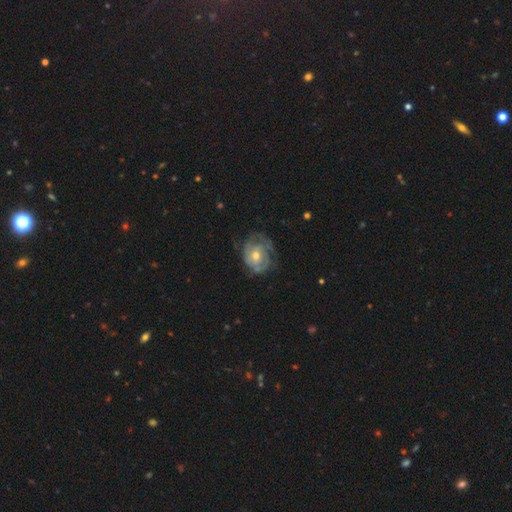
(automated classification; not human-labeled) Morphology: type=featured or disk (72%); edge-on=no (97%); bar=no (74%); spiral arms=yes (83%); winding=tight (59%); arm count=can't tell (41%); bulge=moderate (60%); merging=none (57%).